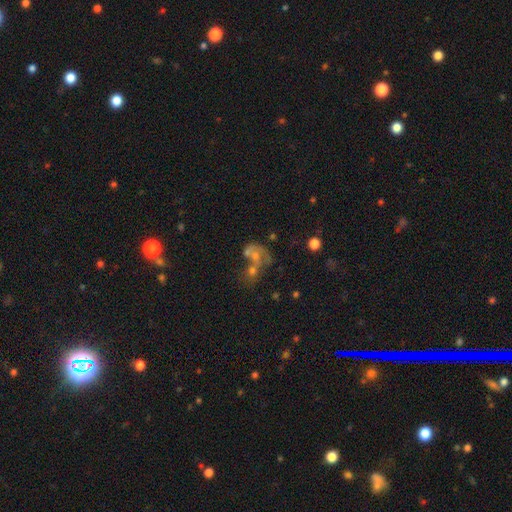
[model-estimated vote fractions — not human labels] A featured or disk galaxy (50%). Merging: merger (52%).